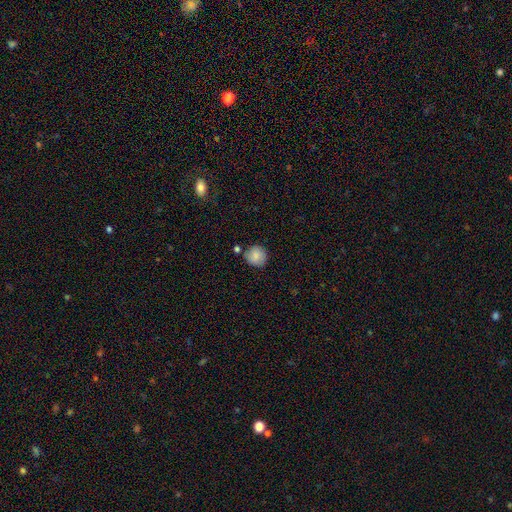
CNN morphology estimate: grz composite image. It shows a smooth galaxy with no disk features (86%) that is round (93%). Merging: none (79%).